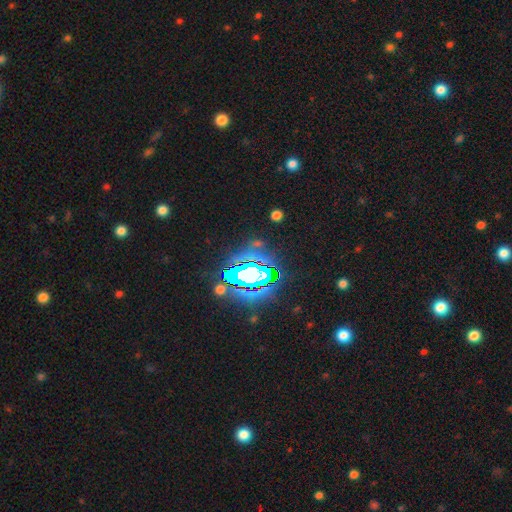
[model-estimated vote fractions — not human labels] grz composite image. It shows a star or artifact, not a galaxy (83%).